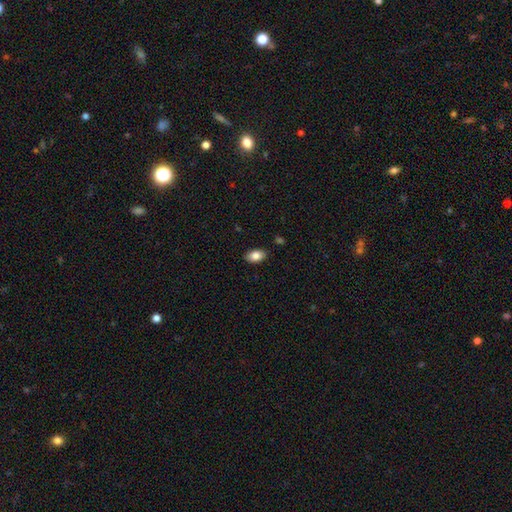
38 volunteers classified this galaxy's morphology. Smooth or featured?
  - smooth: 76% *
  - featured or disk: 21%
  - star or artifact: 3%
How rounded?
  - in between: 93% *
  - round: 7%
  - cigar-shaped: 0%
Merging?
  - none: 97% *
  - major disturbance: 3%
  - minor disturbance: 0%
  - merger: 0%